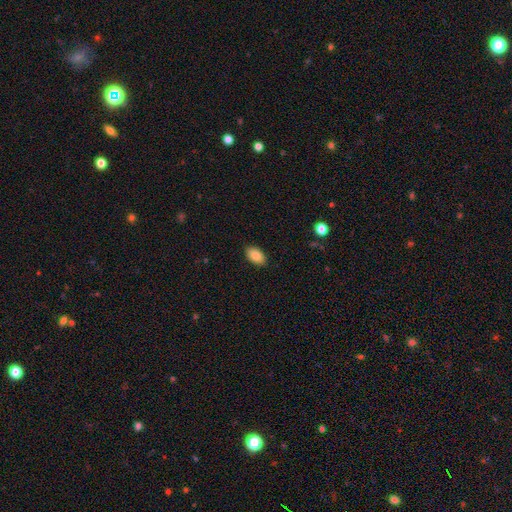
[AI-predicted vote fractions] This appears to be a smooth galaxy with no disk features (87%) that is in between round and cigar-shaped (93%). Merging: none (88%).